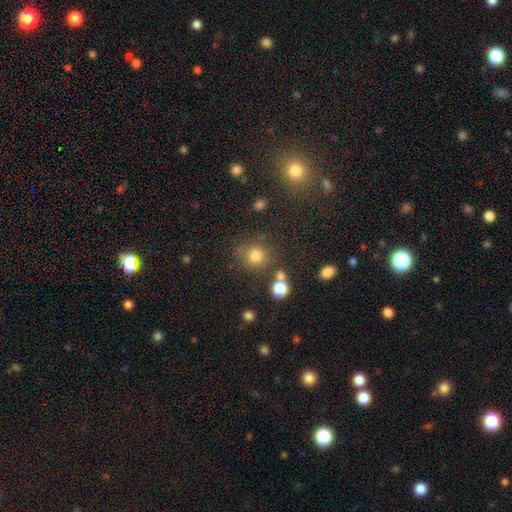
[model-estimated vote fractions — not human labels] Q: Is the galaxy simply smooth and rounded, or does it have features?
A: smooth — 78%.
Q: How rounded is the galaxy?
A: round — 86%.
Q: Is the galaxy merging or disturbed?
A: none — 74%.